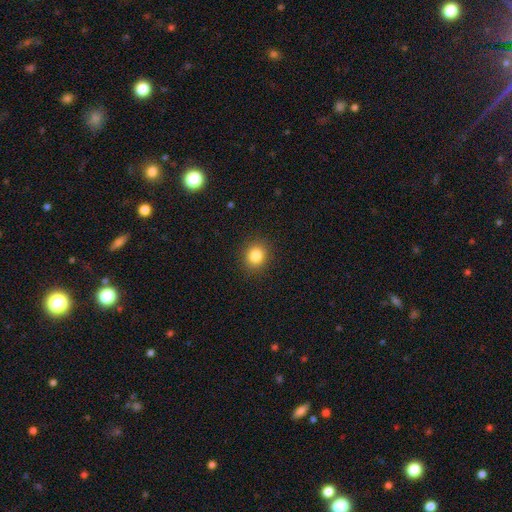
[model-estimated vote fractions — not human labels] This appears to be a smooth galaxy with no disk features (84%) that is round (78%). Merging: none (90%).